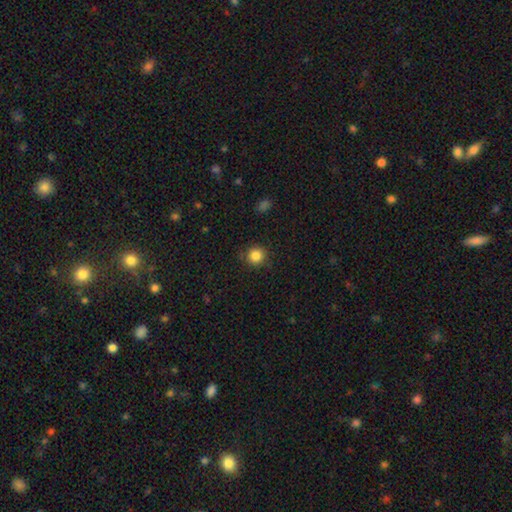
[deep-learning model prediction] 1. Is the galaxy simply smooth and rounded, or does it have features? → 84% smooth, 11% star or artifact, 5% featured or disk.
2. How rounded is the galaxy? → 92% round, 7% in between, 1% cigar-shaped.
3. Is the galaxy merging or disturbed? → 86% none, 10% minor disturbance, 3% major disturbance, 1% merger.